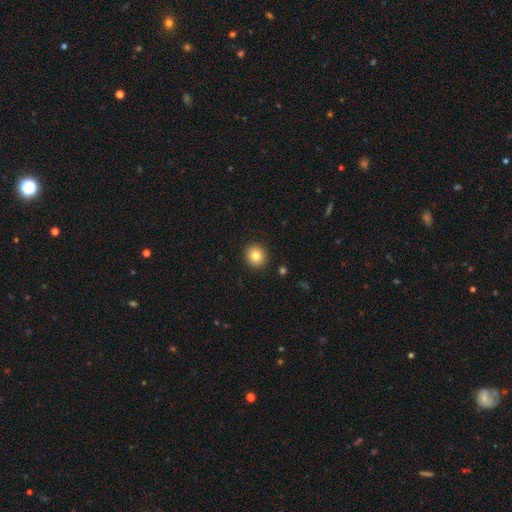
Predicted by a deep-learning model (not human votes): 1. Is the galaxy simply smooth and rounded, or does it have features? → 83% smooth, 10% star or artifact, 7% featured or disk.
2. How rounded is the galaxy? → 85% round, 14% in between, 1% cigar-shaped.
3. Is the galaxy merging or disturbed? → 91% none, 6% minor disturbance, 2% major disturbance, 1% merger.